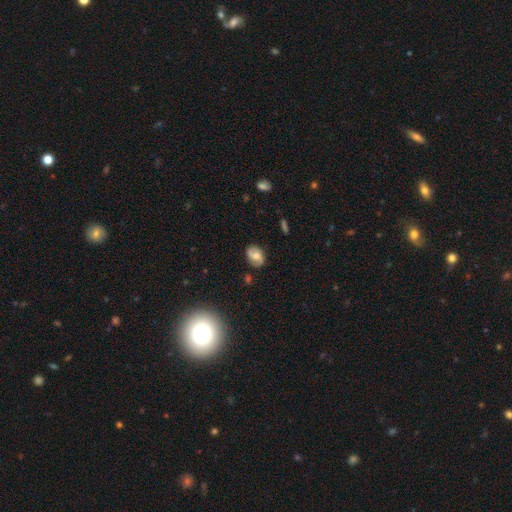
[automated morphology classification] This is possibly a featured or disk galaxy (57%). It is clearly not viewed edge-on (97%). Bar: possibly no (48%). Spiral arm pattern: clearly yes (87%). Central bulge: possibly moderate (54%). Merging: likely none (76%).